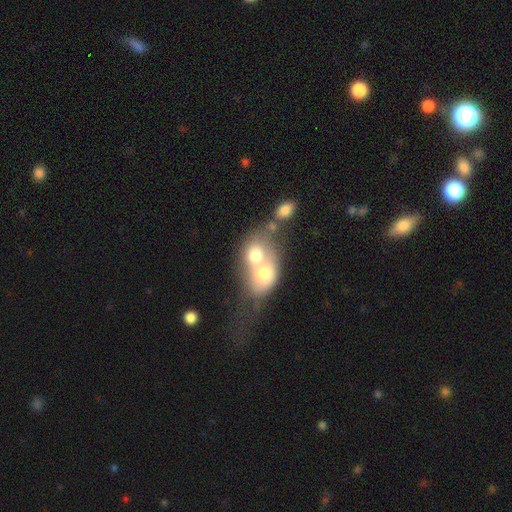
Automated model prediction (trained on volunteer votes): This appears to be a smooth galaxy with no disk features (65%) that is in between round and cigar-shaped (57%). Merging: merger (77%).